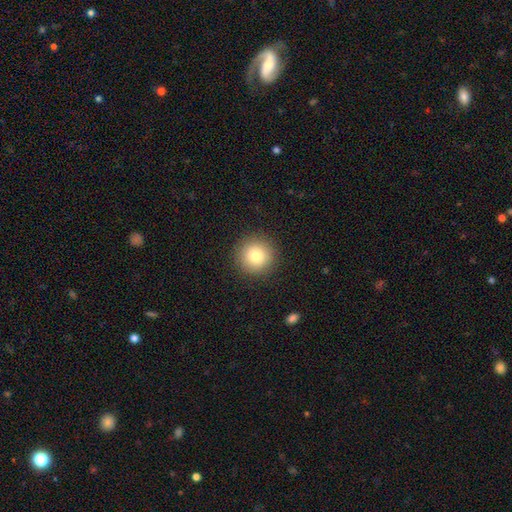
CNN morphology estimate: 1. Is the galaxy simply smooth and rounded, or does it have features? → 81% smooth, 10% star or artifact, 9% featured or disk.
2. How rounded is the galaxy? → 95% round, 4% in between, 1% cigar-shaped.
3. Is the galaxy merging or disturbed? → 91% none, 6% minor disturbance, 2% major disturbance, 1% merger.